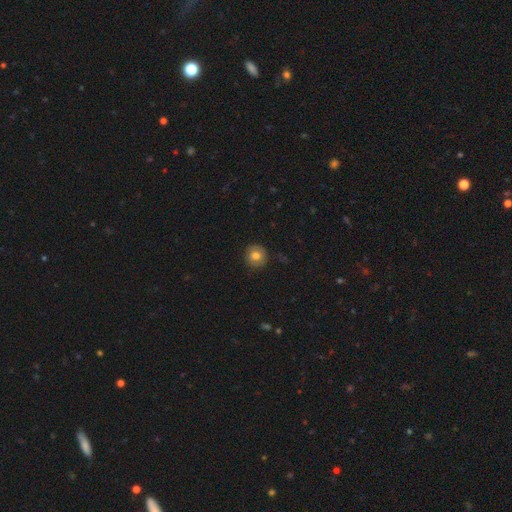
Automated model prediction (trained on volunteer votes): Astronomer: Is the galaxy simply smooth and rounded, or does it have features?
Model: smooth — 74%.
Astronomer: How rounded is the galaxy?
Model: round — 90%.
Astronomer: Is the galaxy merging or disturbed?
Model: none — 86%.